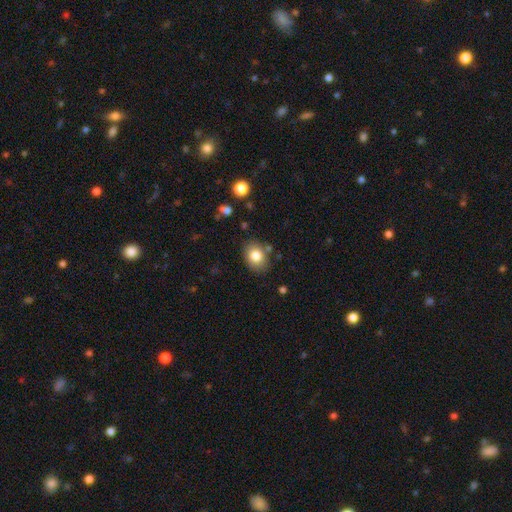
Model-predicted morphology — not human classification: Smooth or featured?
  - smooth: 82% *
  - star or artifact: 9%
  - featured or disk: 9%
How rounded?
  - in between: 60% *
  - round: 39%
  - cigar-shaped: 1%
Merging?
  - none: 82% *
  - minor disturbance: 12%
  - major disturbance: 3%
  - merger: 3%